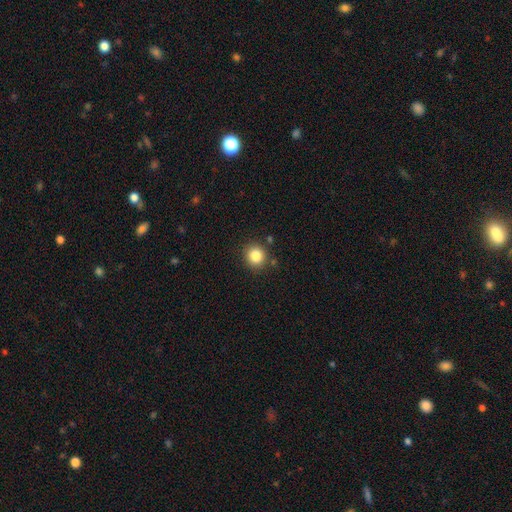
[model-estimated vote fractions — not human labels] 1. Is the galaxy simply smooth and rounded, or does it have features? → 84% smooth, 11% star or artifact, 5% featured or disk.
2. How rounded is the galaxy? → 89% round, 10% in between, 1% cigar-shaped.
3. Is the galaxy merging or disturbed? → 87% none, 8% minor disturbance, 3% merger, 2% major disturbance.